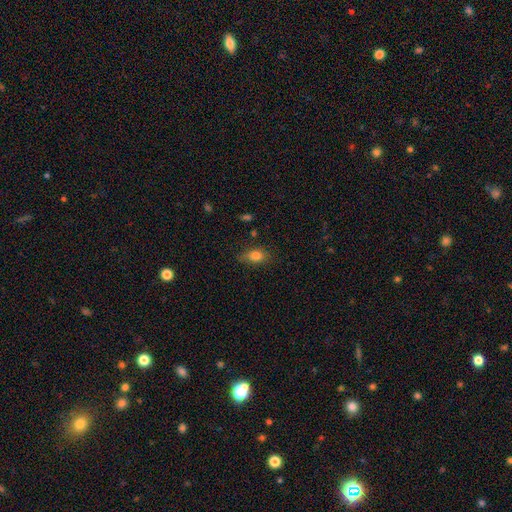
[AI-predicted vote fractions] smooth-or-featured: smooth: 80% | featured or disk: 10% | star or artifact: 10%
  how-rounded: in between: 82% | round: 12% | cigar-shaped: 6%
  merging: none: 74% | minor disturbance: 20% | major disturbance: 4% | merger: 2%